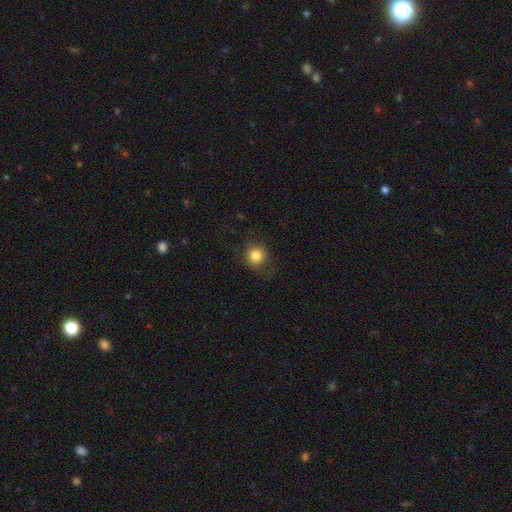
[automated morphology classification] The model was most divided on "merging": none: 69%, minor disturbance: 20%, major disturbance: 10%, merger: 1%. More confident: how rounded — round (83%); smooth or featured — smooth (82%).